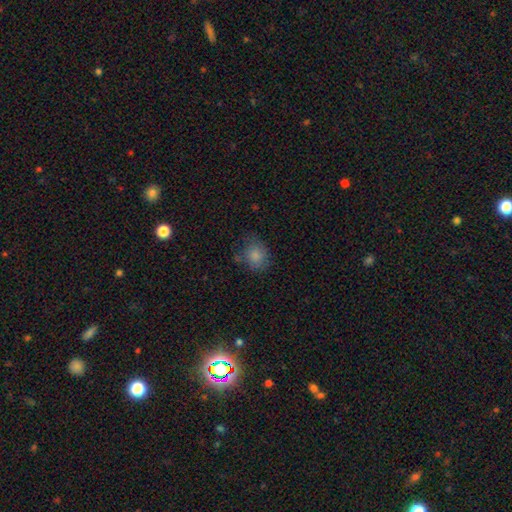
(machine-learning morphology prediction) smooth 73%, star or artifact 17%, featured or disk 10%. Down the decision tree: how rounded — round (64%); merging — none (70%).